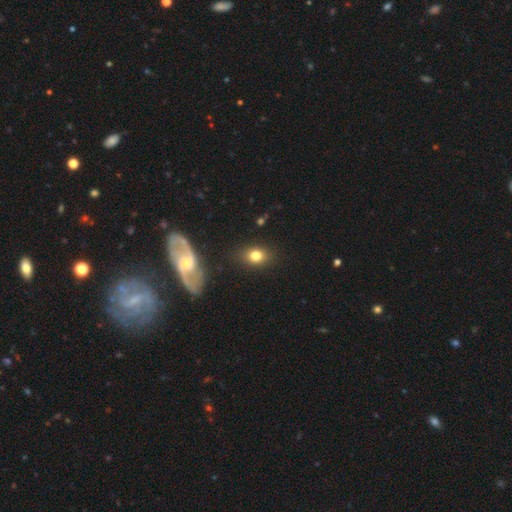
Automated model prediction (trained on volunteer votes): A smooth galaxy with no disk features (77%) that is in between round and cigar-shaped (59%). Merging: none (83%).